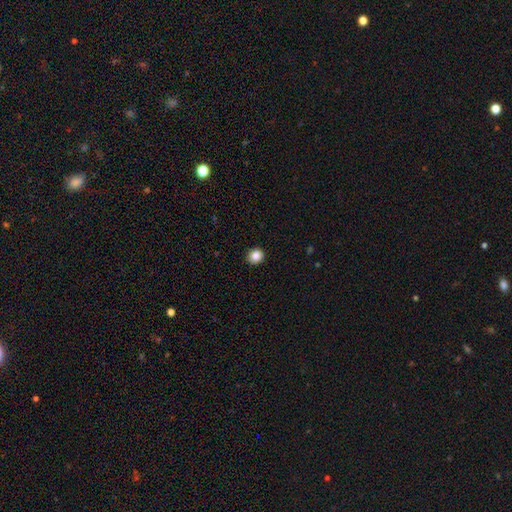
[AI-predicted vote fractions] Smooth or featured?
  - smooth: 86% *
  - star or artifact: 10%
  - featured or disk: 4%
How rounded?
  - round: 84% *
  - in between: 15%
  - cigar-shaped: 1%
Merging?
  - none: 92% *
  - minor disturbance: 5%
  - major disturbance: 2%
  - merger: 1%